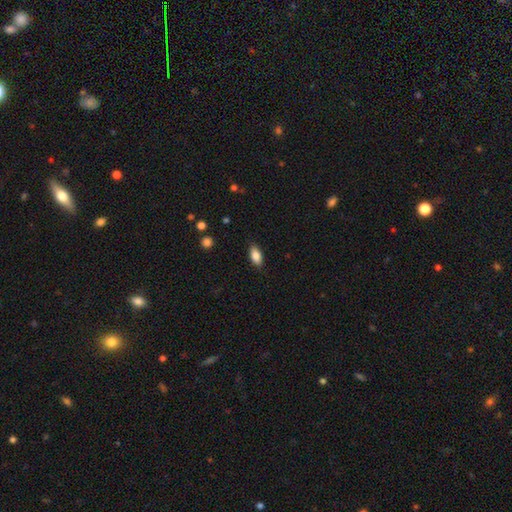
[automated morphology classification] Q: Smooth or featured?
A: smooth (85%); runner-up: star or artifact (7%)
Q: How rounded?
A: in between (90%); runner-up: cigar-shaped (7%)
Q: Merging?
A: none (86%); runner-up: minor disturbance (11%)